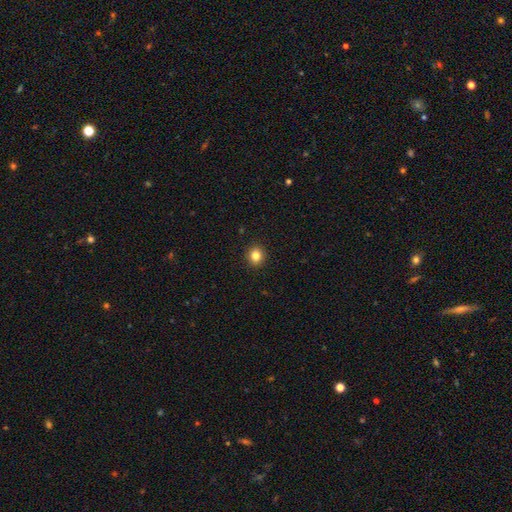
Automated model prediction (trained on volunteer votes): Morphology: type=smooth (83%); roundness=round (84%); merging=none (93%).